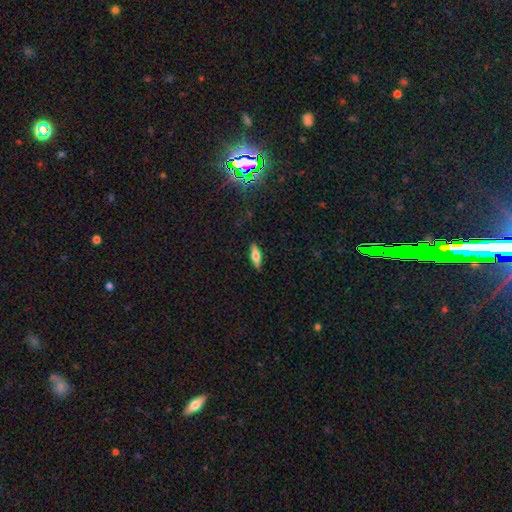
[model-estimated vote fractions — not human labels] smooth-or-featured: smooth: 57% | featured or disk: 35% | star or artifact: 8%
  how-rounded: in between: 50% | cigar-shaped: 47% | round: 3%
  merging: none: 88% | minor disturbance: 9% | major disturbance: 2% | merger: 1%